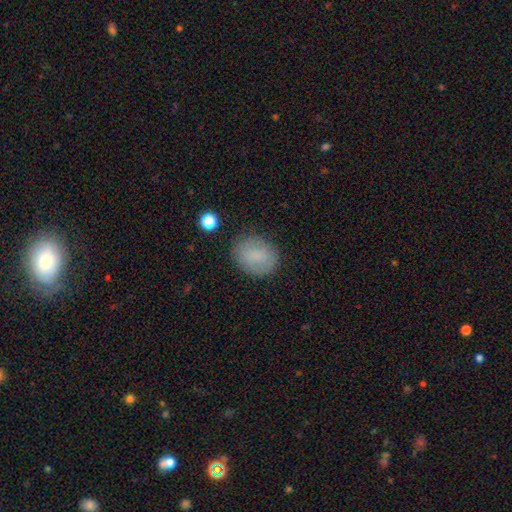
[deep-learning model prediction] smooth-or-featured: smooth: 81% | featured or disk: 10% | star or artifact: 8%
  how-rounded: in between: 56% | round: 43% | cigar-shaped: 1%
  merging: none: 83% | minor disturbance: 12% | major disturbance: 3% | merger: 2%